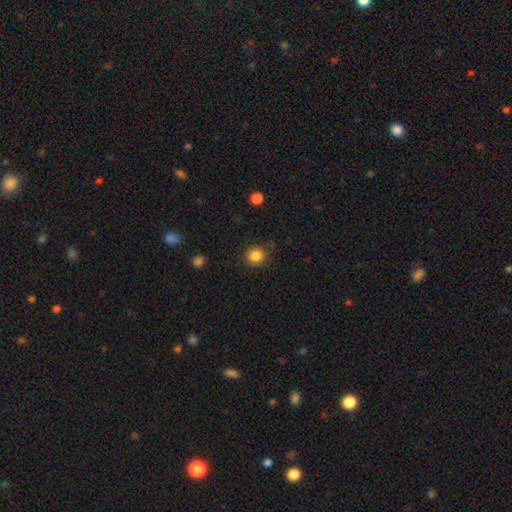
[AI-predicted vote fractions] Smooth or featured?
  - smooth: 85% *
  - star or artifact: 11%
  - featured or disk: 4%
How rounded?
  - round: 88% *
  - in between: 11%
  - cigar-shaped: 1%
Merging?
  - none: 83% *
  - minor disturbance: 12%
  - major disturbance: 3%
  - merger: 2%